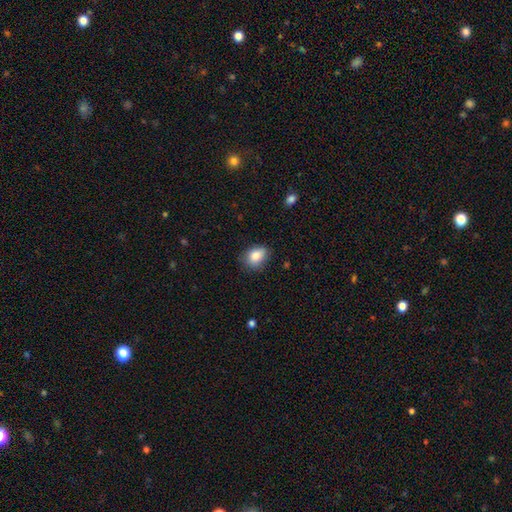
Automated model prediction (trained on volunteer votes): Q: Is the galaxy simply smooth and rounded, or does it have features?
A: smooth — 83%.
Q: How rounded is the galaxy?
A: in between — 62%.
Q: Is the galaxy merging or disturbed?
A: none — 73%.